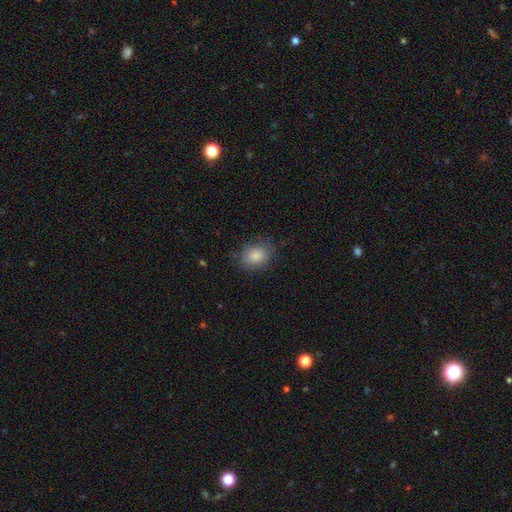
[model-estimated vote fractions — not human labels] Smooth or featured?
  - smooth: 85% *
  - star or artifact: 8%
  - featured or disk: 7%
How rounded?
  - in between: 55% *
  - round: 44%
  - cigar-shaped: 1%
Merging?
  - none: 76% *
  - minor disturbance: 17%
  - major disturbance: 5%
  - merger: 1%